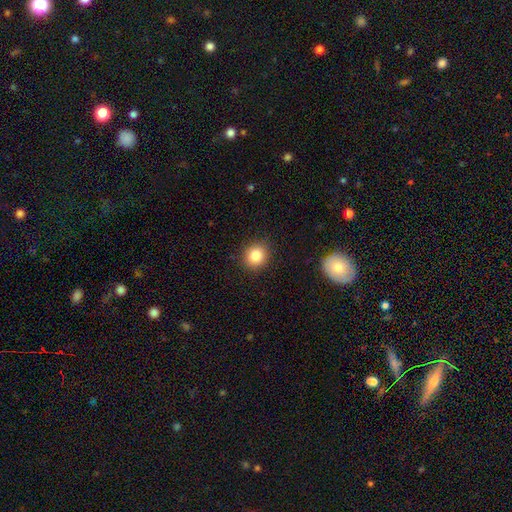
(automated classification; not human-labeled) Smooth or featured? Predicted: smooth (p=0.85). How rounded? Predicted: round (p=0.84). Merging? Predicted: none (p=0.89).